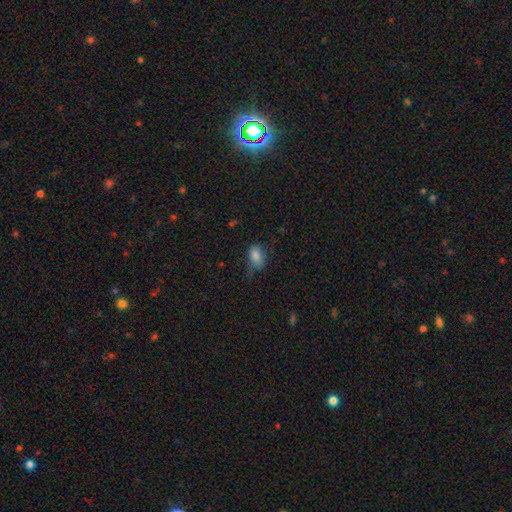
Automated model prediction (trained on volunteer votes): Morphology: type=smooth (81%); roundness=in between (87%); merging=none (51%).